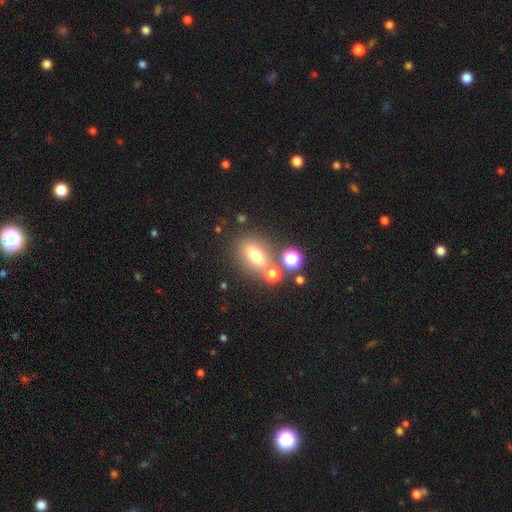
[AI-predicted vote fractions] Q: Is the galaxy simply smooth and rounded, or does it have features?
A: smooth — 69%.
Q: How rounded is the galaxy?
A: in between — 66%.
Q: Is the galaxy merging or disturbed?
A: none — 65%.